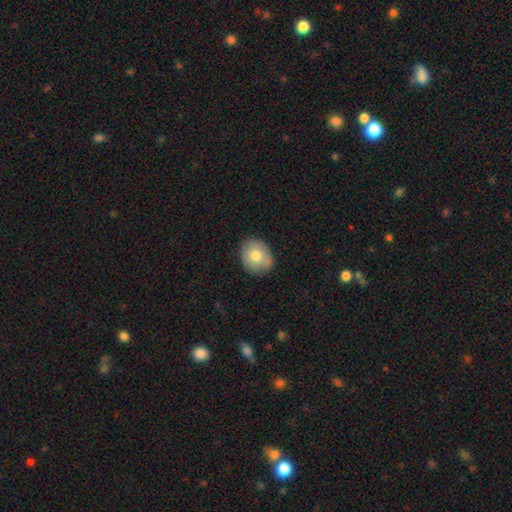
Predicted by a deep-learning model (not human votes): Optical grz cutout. It shows a smooth galaxy with no disk features (76%) that is round (62%). Merging: none (82%).